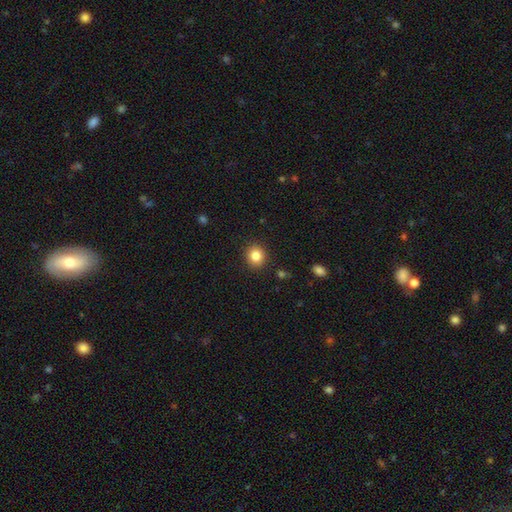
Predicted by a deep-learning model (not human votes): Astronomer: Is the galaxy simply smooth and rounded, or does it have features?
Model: smooth — 84%.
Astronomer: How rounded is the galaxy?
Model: round — 86%.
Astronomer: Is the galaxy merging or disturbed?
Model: none — 91%.